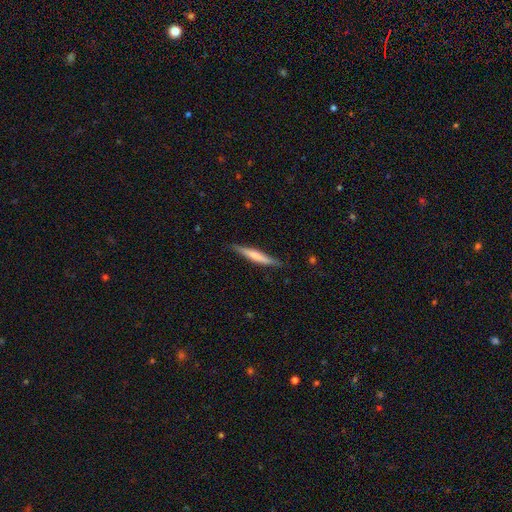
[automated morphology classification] Smooth or featured? Predicted: smooth (p=0.53). How rounded? Predicted: cigar-shaped (p=0.93). Merging? Predicted: none (p=0.85).